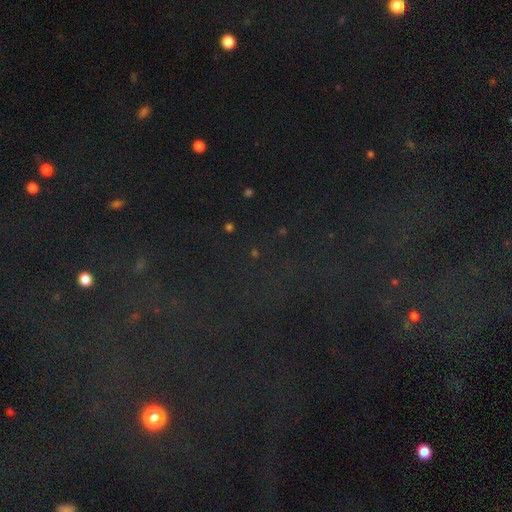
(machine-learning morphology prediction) Smooth or featured?
  - star or artifact: 78% *
  - smooth: 14%
  - featured or disk: 8%